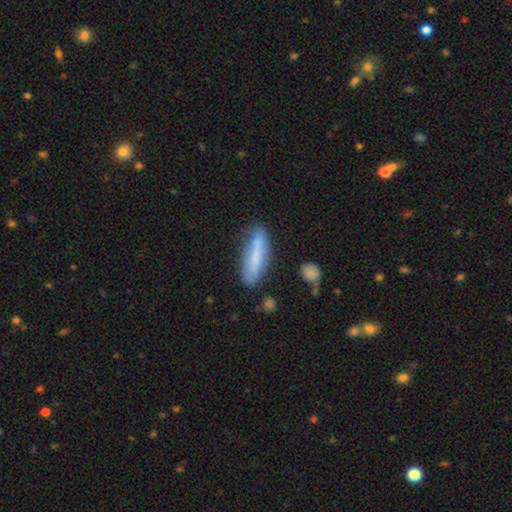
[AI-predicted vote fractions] smooth 69%, featured or disk 23%, star or artifact 7%. Down the decision tree: how rounded — cigar-shaped (72%); merging — none (72%).